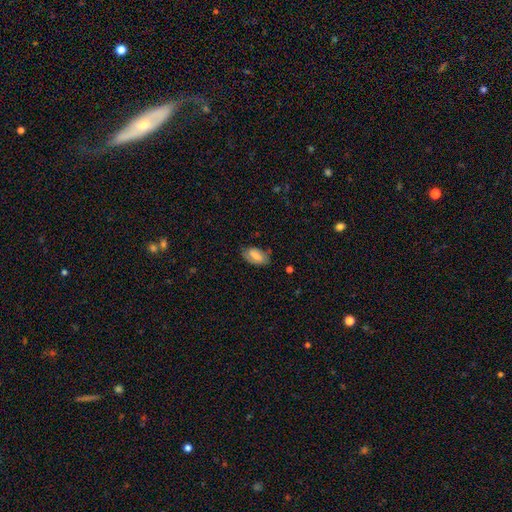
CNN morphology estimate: This appears to be a smooth galaxy with no disk features (68%) that is in between round and cigar-shaped (91%). Merging: none (70%).